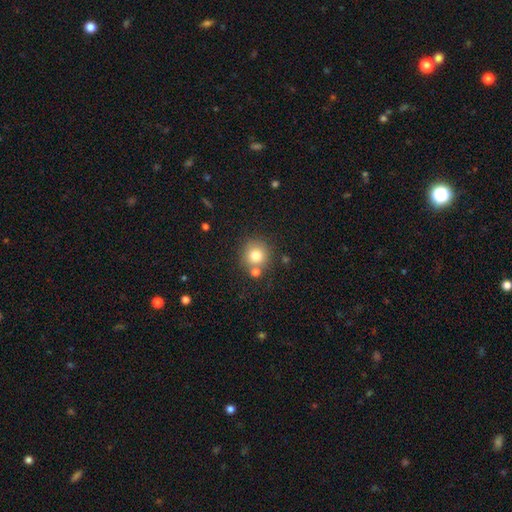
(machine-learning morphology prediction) A smooth galaxy with no disk features (78%) that is round (92%). Merging: none (73%).